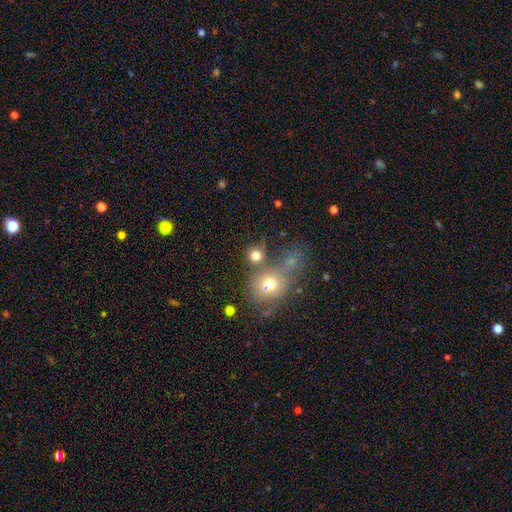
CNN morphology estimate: This appears to be a smooth galaxy with no disk features (75%) that is round (85%). Merging: none (56%).